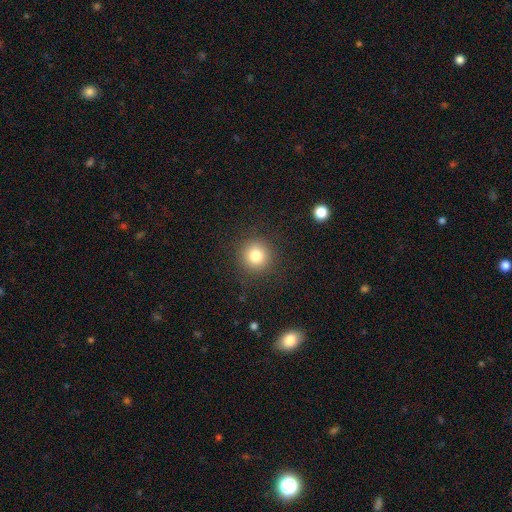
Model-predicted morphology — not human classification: Smooth or featured? Predicted: smooth (p=0.80). How rounded? Predicted: round (p=0.94). Merging? Predicted: none (p=0.90).